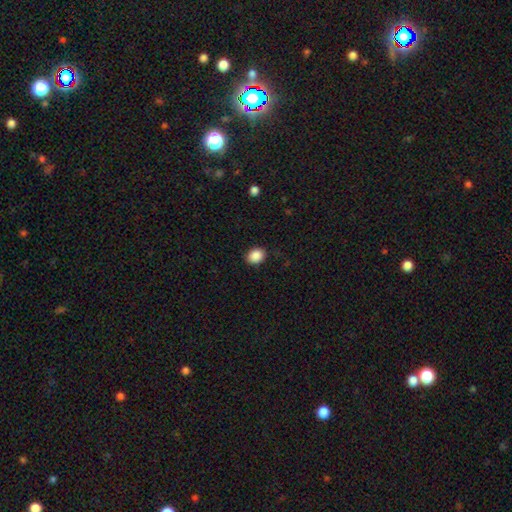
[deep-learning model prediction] Smooth or featured?
  - smooth: 89% *
  - star or artifact: 8%
  - featured or disk: 3%
How rounded?
  - in between: 51% *
  - round: 49%
  - cigar-shaped: 1%
Merging?
  - none: 88% *
  - minor disturbance: 9%
  - major disturbance: 2%
  - merger: 1%